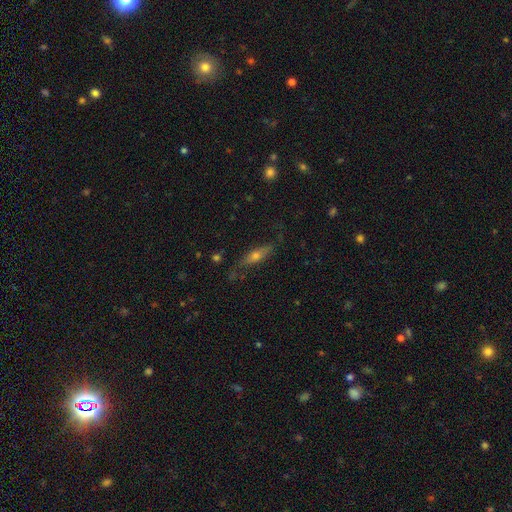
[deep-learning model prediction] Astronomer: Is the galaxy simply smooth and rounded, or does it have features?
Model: featured or disk — 49% (runner-up: smooth, 43%).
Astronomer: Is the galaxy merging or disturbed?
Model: none — 68%.